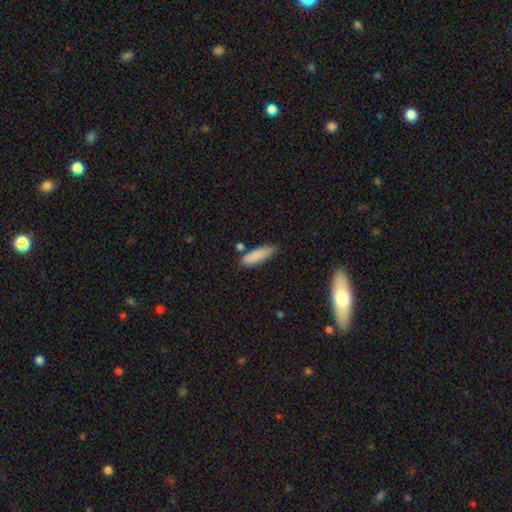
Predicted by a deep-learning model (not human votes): Overall: smooth (86%). How rounded: cigar-shaped (56%; in between 42%). Merging: none (72%).